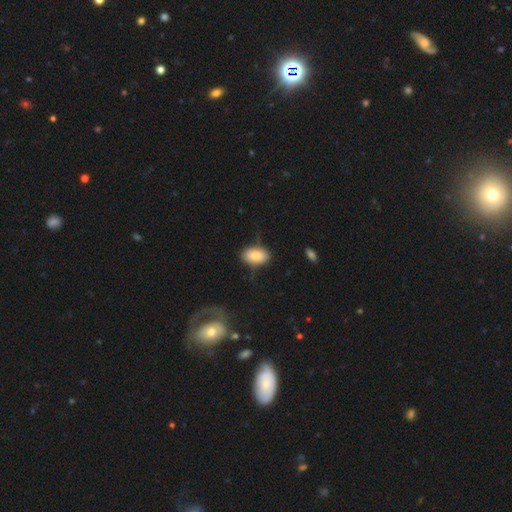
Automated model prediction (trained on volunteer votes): Smooth or featured: smooth — 76% (featured or disk — 16%)
How rounded: in between — 87% (round — 11%)
Merging: none — 68% (minor disturbance — 21%)